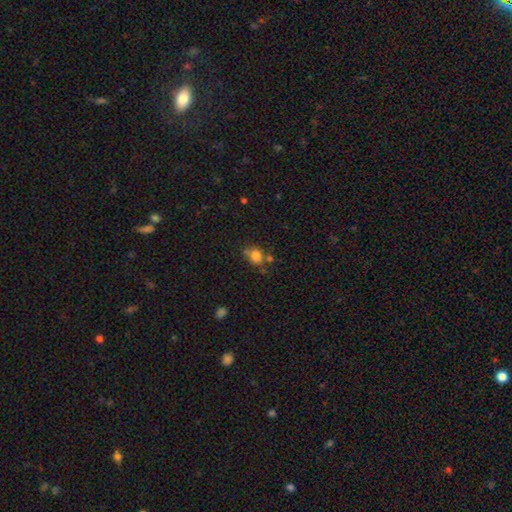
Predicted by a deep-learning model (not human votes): This appears to be a smooth galaxy with no disk features (78%) that is round (67%). Merging: none (56%).